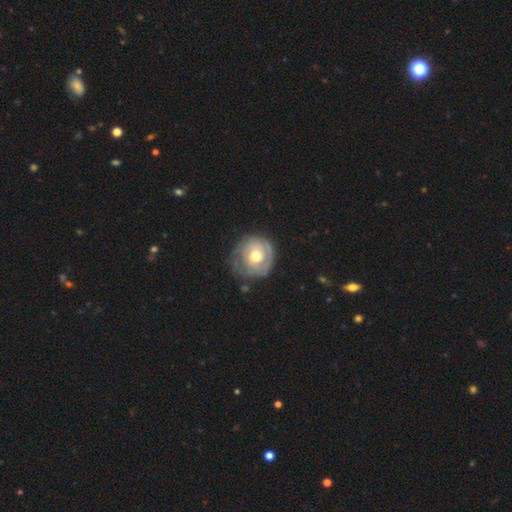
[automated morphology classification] Q: Smooth or featured?
A: featured or disk (59%); runner-up: smooth (35%)
Q: Edge-on disk?
A: no (97%); runner-up: yes (3%)
Q: Bar?
A: no (80%); runner-up: weak (17%)
Q: Spiral arms?
A: yes (66%); runner-up: no (34%)
Q: Bulge size?
A: moderate (67%); runner-up: large (20%)
Q: Merging?
A: none (67%); runner-up: minor disturbance (22%)